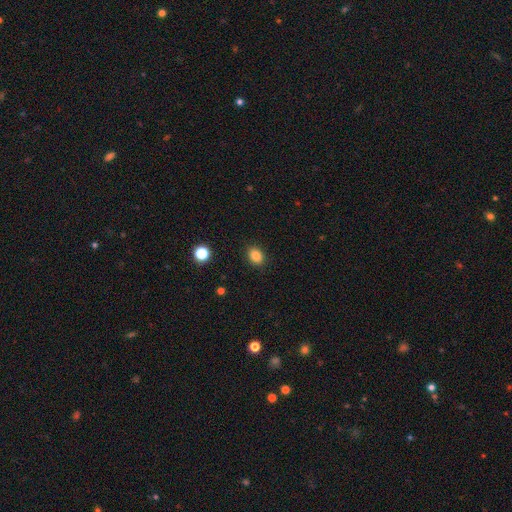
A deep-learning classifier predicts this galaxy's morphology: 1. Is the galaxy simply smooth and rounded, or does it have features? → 84% smooth, 11% star or artifact, 5% featured or disk.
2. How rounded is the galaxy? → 60% in between, 39% round, 1% cigar-shaped.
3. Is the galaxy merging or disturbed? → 89% none, 8% minor disturbance, 2% major disturbance, 1% merger.